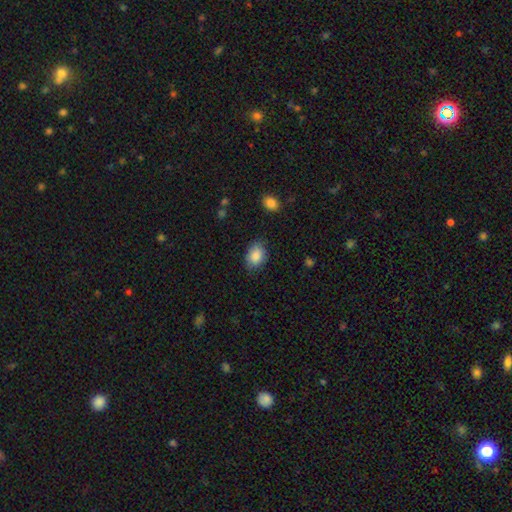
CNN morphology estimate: smooth-or-featured: smooth: 87% | star or artifact: 8% | featured or disk: 5%
  how-rounded: in between: 72% | round: 27% | cigar-shaped: 1%
  merging: none: 77% | minor disturbance: 18% | major disturbance: 4% | merger: 1%